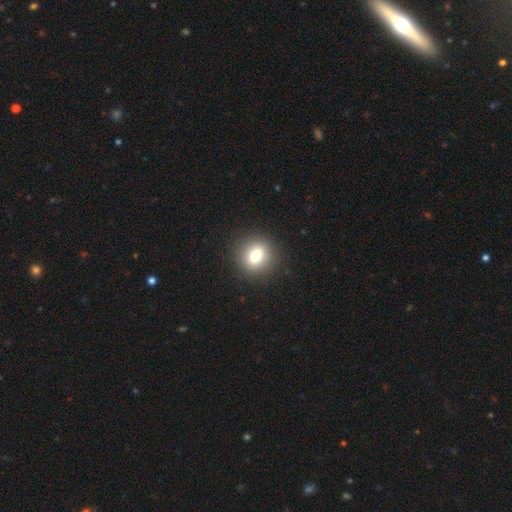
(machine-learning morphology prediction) Smooth or featured? Predicted: smooth (p=0.77). How rounded? Predicted: round (p=0.80). Merging? Predicted: none (p=0.90).